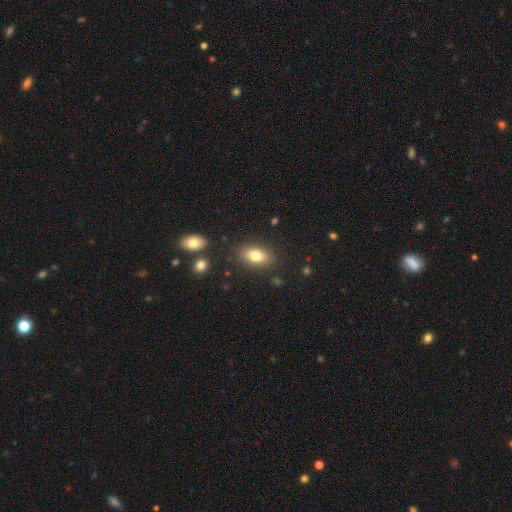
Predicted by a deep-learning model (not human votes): Smooth or featured: smooth — 81% (featured or disk — 11%)
How rounded: in between — 87% (round — 10%)
Merging: none — 83% (minor disturbance — 11%)